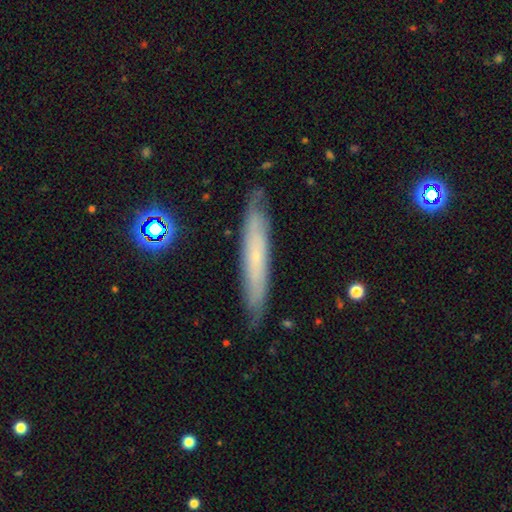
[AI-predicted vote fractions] smooth-or-featured: featured or disk: 54% | smooth: 37% | star or artifact: 8%
  disk-edge-on: yes: 69% | no: 31%
  merging: none: 82% | minor disturbance: 14% | major disturbance: 2% | merger: 1%